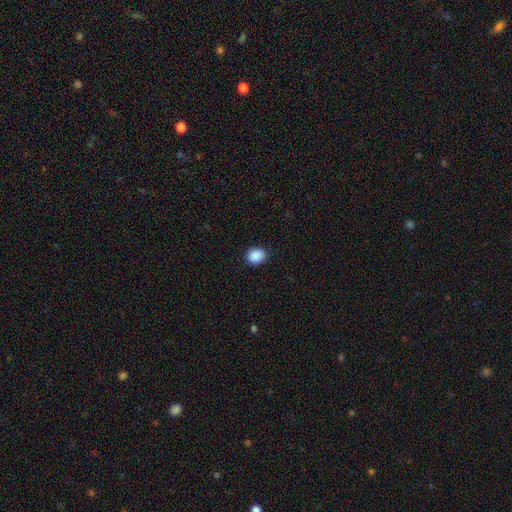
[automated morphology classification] Smooth or featured: smooth — 89% (star or artifact — 8%)
How rounded: round — 53% (in between — 46%)
Merging: none — 87% (minor disturbance — 9%)